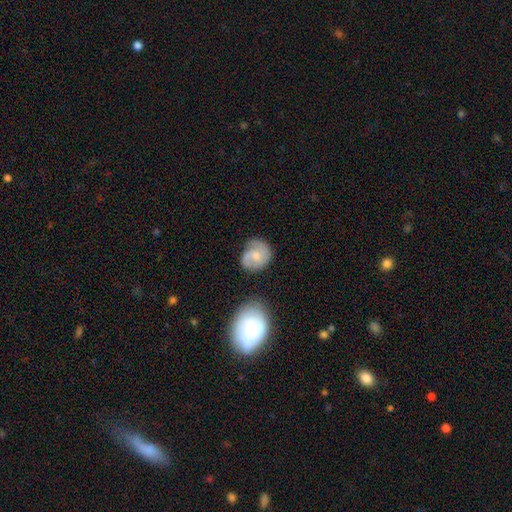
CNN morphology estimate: Smooth or featured: featured or disk — 53% (smooth — 40%)
Edge-on disk: no — 97% (yes — 3%)
Bar: no — 61% (weak — 34%)
Spiral arms: yes — 85% (no — 15%)
Bulge size: moderate — 48% (small — 42%)
Merging: none — 61% (minor disturbance — 24%)